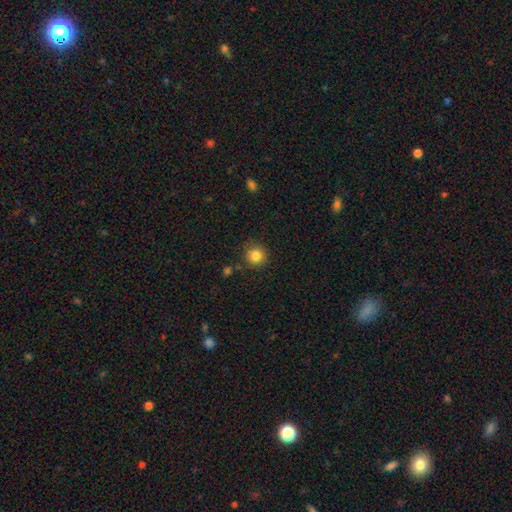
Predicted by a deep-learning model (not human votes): A smooth galaxy with no disk features (84%) that is round (92%). Merging: none (85%).